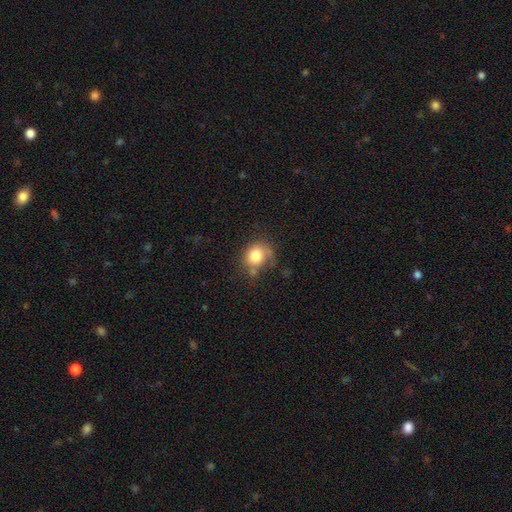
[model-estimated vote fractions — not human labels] A smooth galaxy with no disk features (79%) that is round (70%). Merging: none (54%).